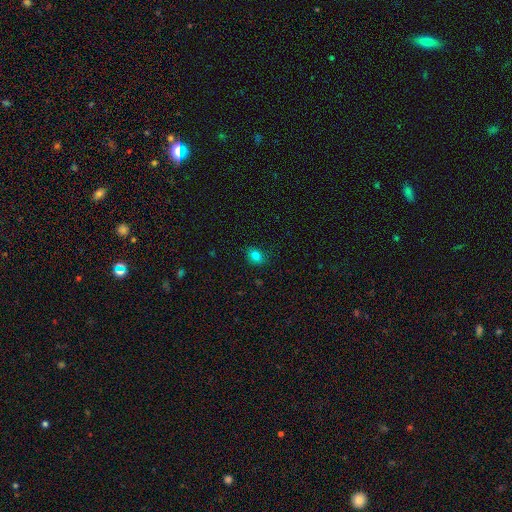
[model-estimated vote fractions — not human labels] This appears to be a smooth galaxy with no disk features (81%) that is in between round and cigar-shaped (59%). Merging: none (81%).